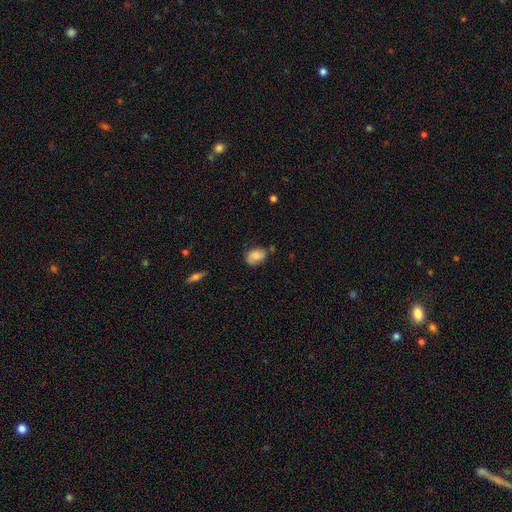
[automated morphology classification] type=smooth (66%); roundness=in between (78%); merging=none (60%).